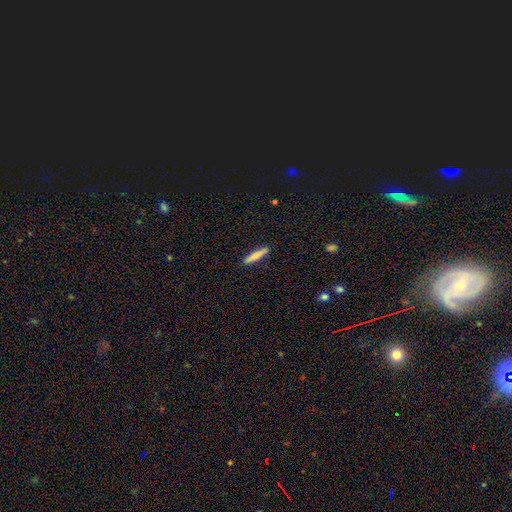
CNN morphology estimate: This is likely a smooth galaxy (74%). How rounded: clearly cigar-shaped (90%). Merging: clearly none (90%).